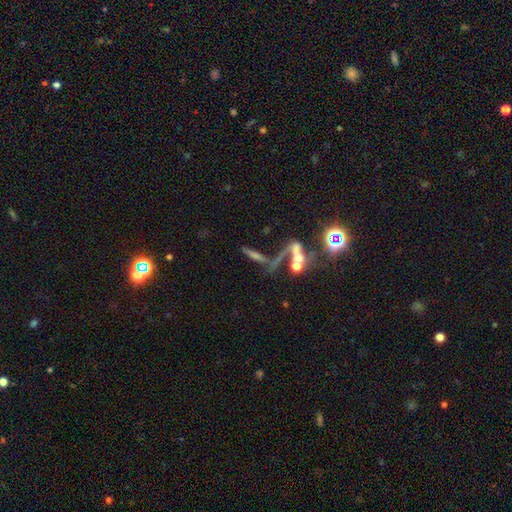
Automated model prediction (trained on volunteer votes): This appears to be a featured or disk galaxy (43%). Merging: none (40%).